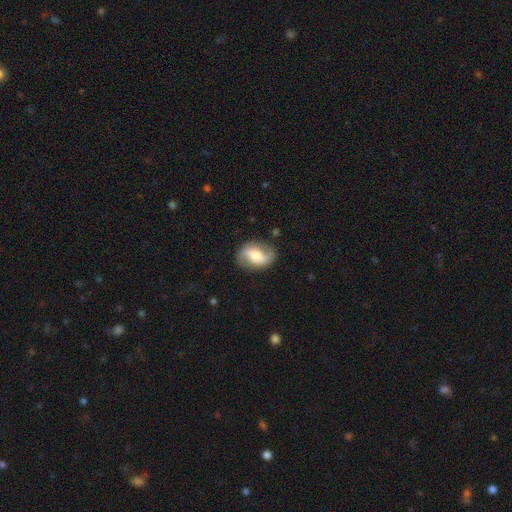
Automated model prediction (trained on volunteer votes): smooth-or-featured: featured or disk: 64% | smooth: 29% | star or artifact: 7%
  disk-edge-on: no: 96% | yes: 4%
    bar: weak: 38% | no: 35% | strong: 27%
    has-spiral-arms: yes: 87% | no: 13%
      spiral-winding: loose: 55% | medium: 33% | tight: 13%
      spiral-arm-count: 2: 90% | can't tell: 4% | 1: 3% | 3: 1% | 4: 1% | more than 4: 1%
    bulge-size: moderate: 54% | large: 21% | small: 19% | dominant: 4% | none: 3%
  merging: none: 81% | minor disturbance: 12% | major disturbance: 5% | merger: 1%